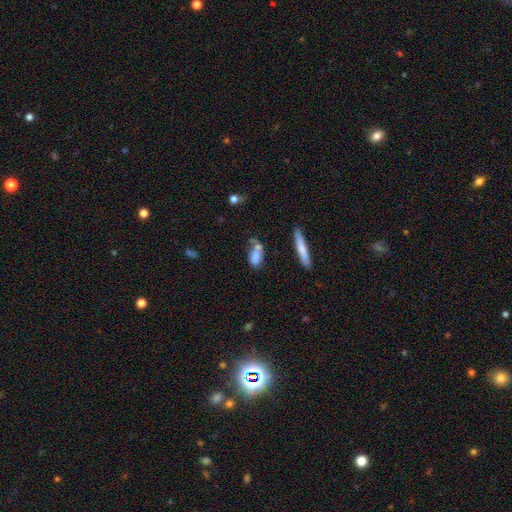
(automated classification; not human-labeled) Q: Smooth or featured?
A: smooth (74%); runner-up: featured or disk (17%)
Q: How rounded?
A: in between (70%); runner-up: cigar-shaped (24%)
Q: Merging?
A: none (44%); runner-up: merger (25%)